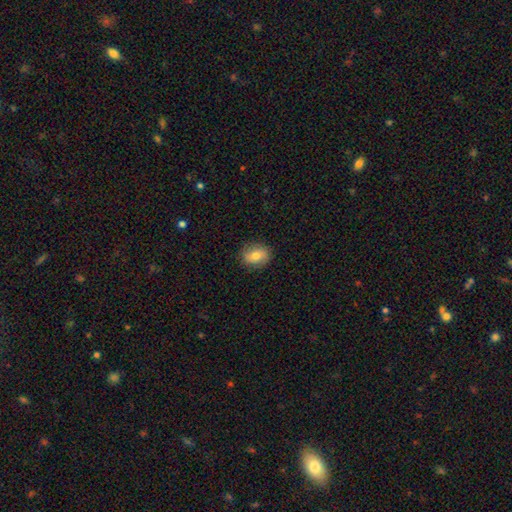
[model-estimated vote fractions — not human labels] A smooth galaxy with no disk features (70%) that is in between round and cigar-shaped (50%). Merging: none (86%).